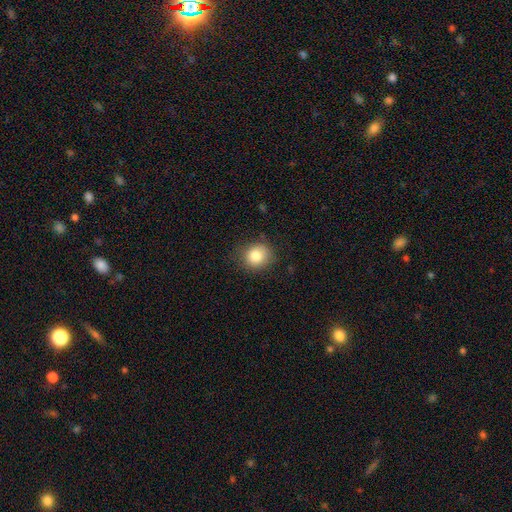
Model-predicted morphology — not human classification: This appears to be a smooth galaxy with no disk features (82%) that is round (79%). Merging: none (82%).